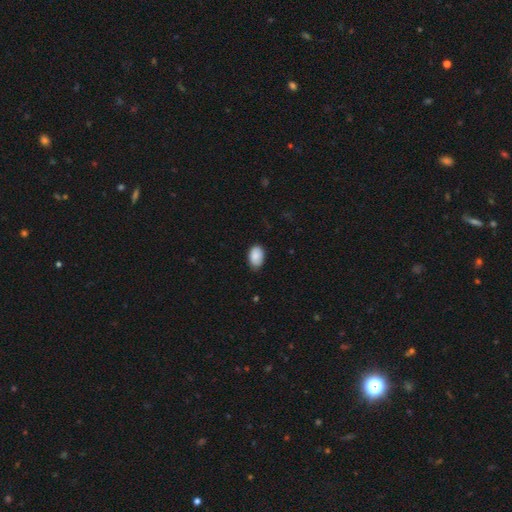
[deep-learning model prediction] Smooth or featured?
  - smooth: 88% *
  - star or artifact: 6%
  - featured or disk: 6%
How rounded?
  - in between: 90% *
  - round: 8%
  - cigar-shaped: 1%
Merging?
  - none: 76% *
  - minor disturbance: 20%
  - major disturbance: 3%
  - merger: 1%